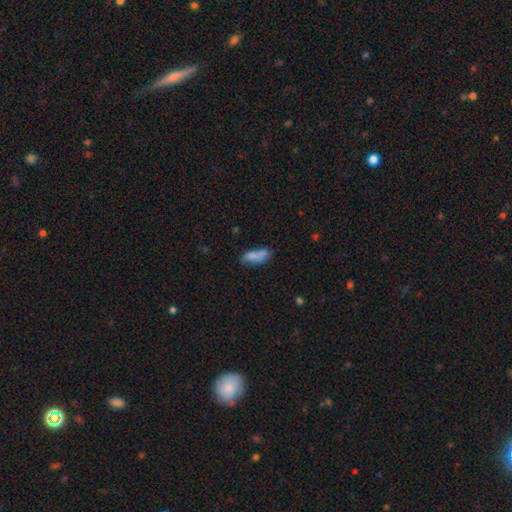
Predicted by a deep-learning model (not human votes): This is likely a smooth galaxy (77%). How rounded: likely in between (68%). Merging: possibly none (51%).